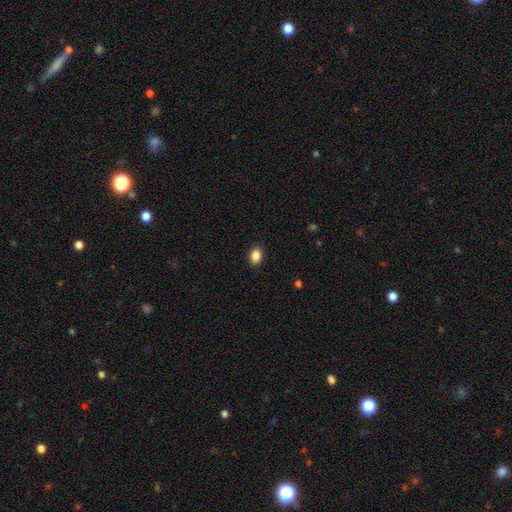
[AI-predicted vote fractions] This is clearly a smooth galaxy (87%). How rounded: likely in between (74%). Merging: clearly none (90%).